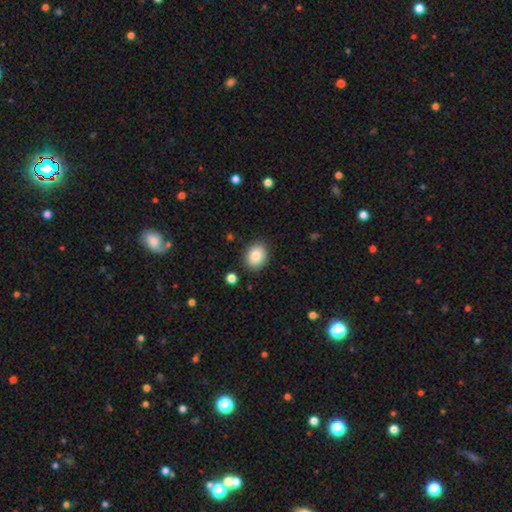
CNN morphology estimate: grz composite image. It shows a smooth galaxy with no disk features (84%) that is round (55%). Merging: none (88%).